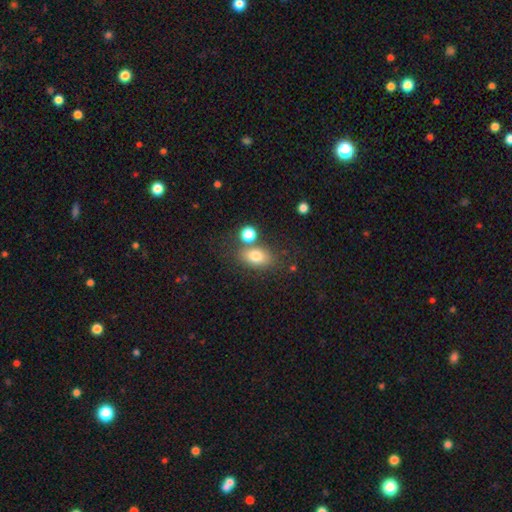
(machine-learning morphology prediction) Q: Smooth or featured?
A: smooth (78%); runner-up: featured or disk (11%)
Q: How rounded?
A: in between (79%); runner-up: round (19%)
Q: Merging?
A: none (64%); runner-up: merger (17%)